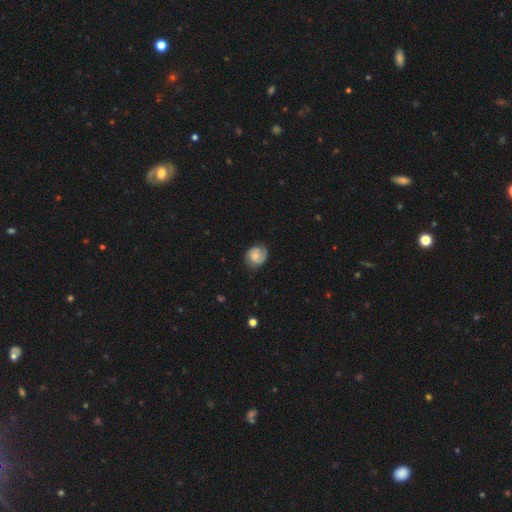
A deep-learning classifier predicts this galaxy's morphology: A featured or disk galaxy (60%) with no bar (66%), 2 (67%) tight (49%) spiral arms (91%) and a moderate central bulge (46%). Merging: none (71%).